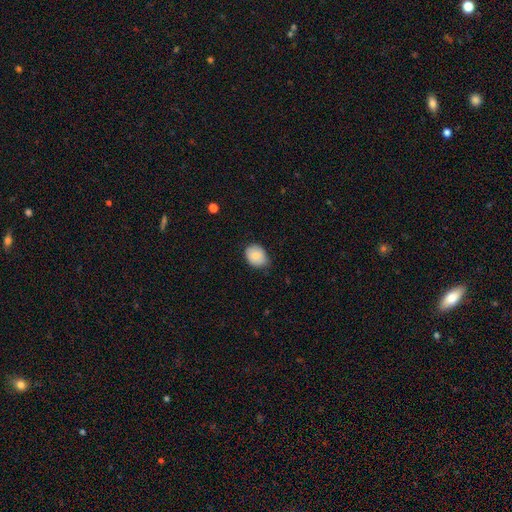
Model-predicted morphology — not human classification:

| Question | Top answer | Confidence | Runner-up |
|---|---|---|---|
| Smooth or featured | smooth | 83% | featured or disk (9%) |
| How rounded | in between | 54% | round (46%) |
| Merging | none | 68% | minor disturbance (27%) |